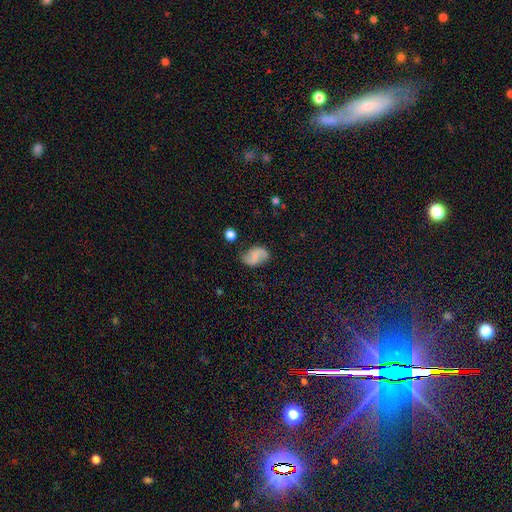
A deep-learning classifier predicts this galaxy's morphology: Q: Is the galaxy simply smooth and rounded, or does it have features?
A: featured or disk — 47%.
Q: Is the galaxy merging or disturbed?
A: none — 67%.